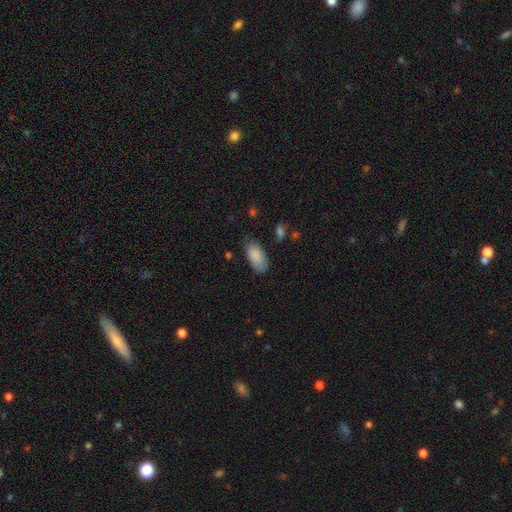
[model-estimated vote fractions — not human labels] smooth_or_featured: smooth (p=0.88) [alt: star or artifact p=0.06]
how_rounded: in between (p=0.93) [alt: cigar-shaped p=0.05]
merging: none (p=0.77) [alt: minor disturbance p=0.18]